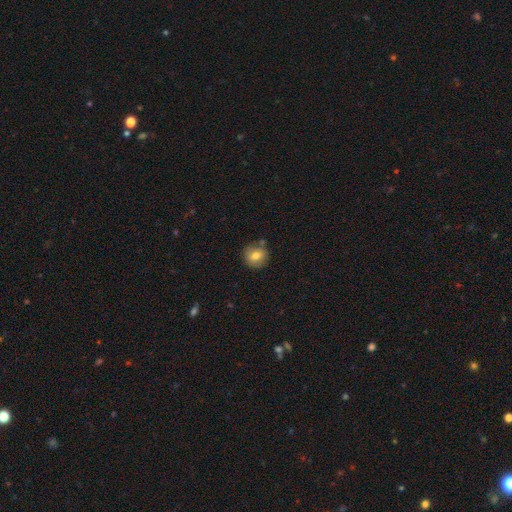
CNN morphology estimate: type=smooth (75%); roundness=round (90%); merging=none (79%).